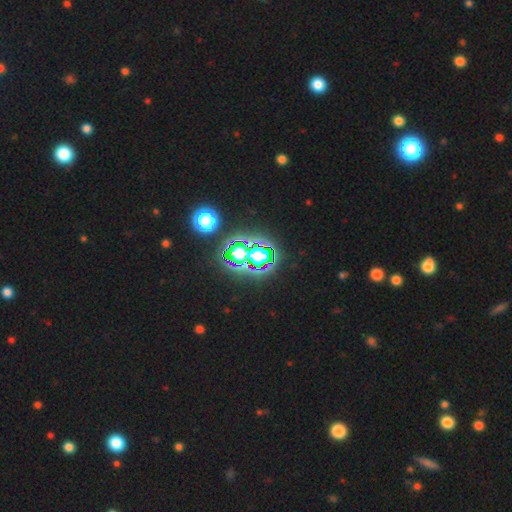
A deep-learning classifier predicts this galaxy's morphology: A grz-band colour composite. It shows a star or artifact, not a galaxy (66%).